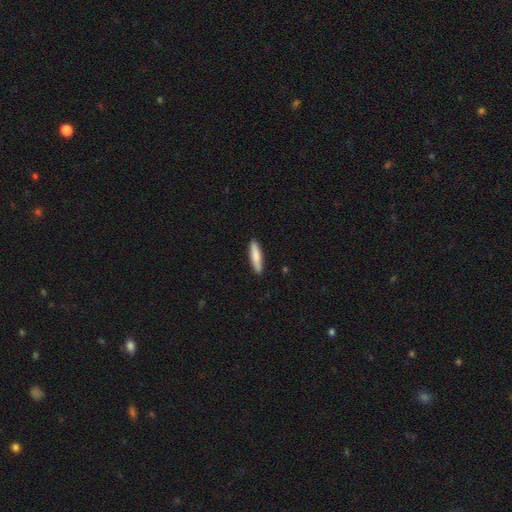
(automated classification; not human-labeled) Overall: smooth (80%). How rounded: cigar-shaped (81%). Merging: none (90%).